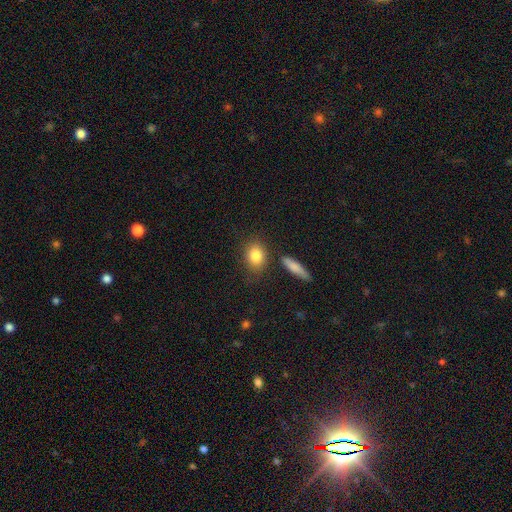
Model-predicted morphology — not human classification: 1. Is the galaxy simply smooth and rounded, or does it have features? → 84% smooth, 8% featured or disk, 8% star or artifact.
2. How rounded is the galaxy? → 53% in between, 44% round, 3% cigar-shaped.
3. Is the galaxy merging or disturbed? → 78% none, 12% minor disturbance, 7% merger, 3% major disturbance.